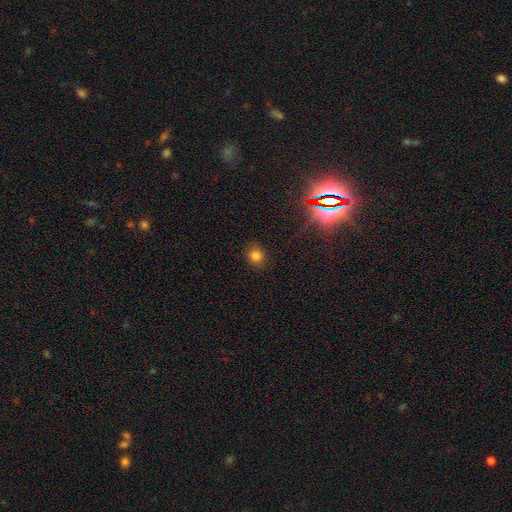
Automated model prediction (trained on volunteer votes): Overall: smooth (77%). How rounded: round (74%). Merging: none (87%).